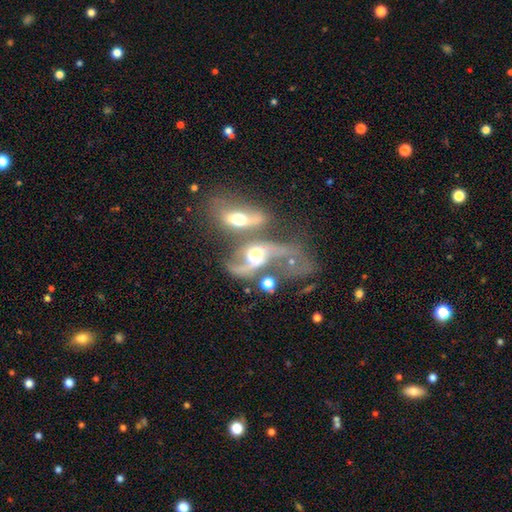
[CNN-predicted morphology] smooth-or-featured: featured or disk: 74% | smooth: 17% | star or artifact: 9%
  disk-edge-on: no: 91% | yes: 9%
    bar: no: 59% | weak: 29% | strong: 12%
    has-spiral-arms: yes: 79% | no: 21%
      spiral-winding: loose: 68% | medium: 24% | tight: 8%
      spiral-arm-count: 2: 71% | 1: 13% | can't tell: 12% | 3: 2% | 4: 1% | more than 4: 1%
    bulge-size: moderate: 58% | large: 18% | small: 18% | none: 4% | dominant: 2%
  merging: merger: 68% | major disturbance: 16% | none: 10% | minor disturbance: 6%